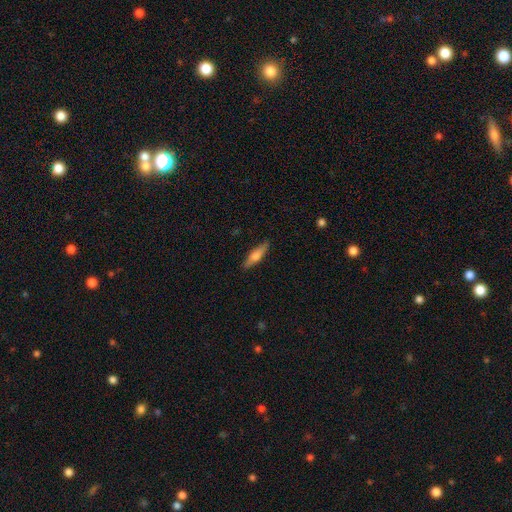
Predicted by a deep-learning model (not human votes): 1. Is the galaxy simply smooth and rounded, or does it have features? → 59% smooth, 35% featured or disk, 6% star or artifact.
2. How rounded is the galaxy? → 74% cigar-shaped, 24% in between, 2% round.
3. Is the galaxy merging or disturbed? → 88% none, 9% minor disturbance, 2% major disturbance, 1% merger.